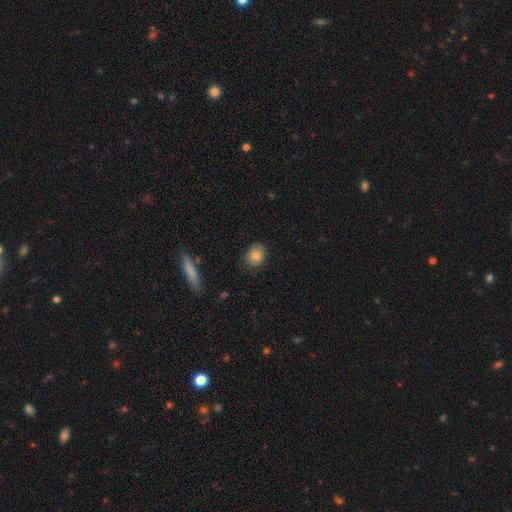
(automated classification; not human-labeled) Smooth or featured? smooth (82%)
How rounded? in between (51%)
Merging? none (76%)